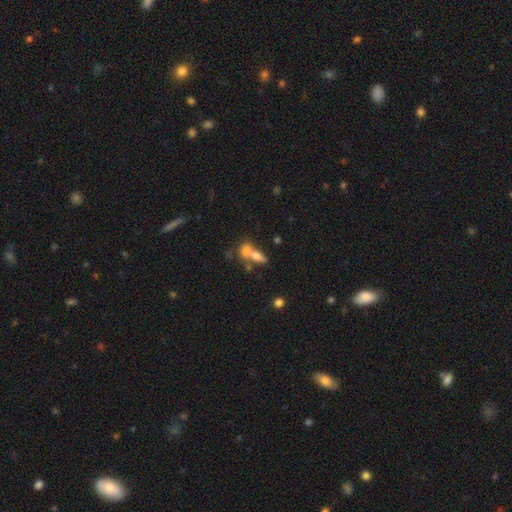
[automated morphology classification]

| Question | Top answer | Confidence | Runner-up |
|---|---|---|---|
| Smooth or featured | smooth | 66% | featured or disk (23%) |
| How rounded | in between | 67% | round (17%) |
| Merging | merger | 61% | none (26%) |